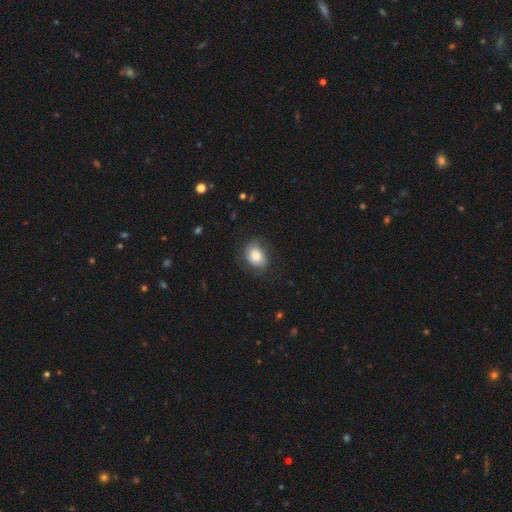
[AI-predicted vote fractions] smooth-or-featured: smooth: 79% | featured or disk: 13% | star or artifact: 8%
  how-rounded: in between: 66% | round: 33% | cigar-shaped: 1%
  merging: none: 70% | minor disturbance: 21% | major disturbance: 8% | merger: 1%